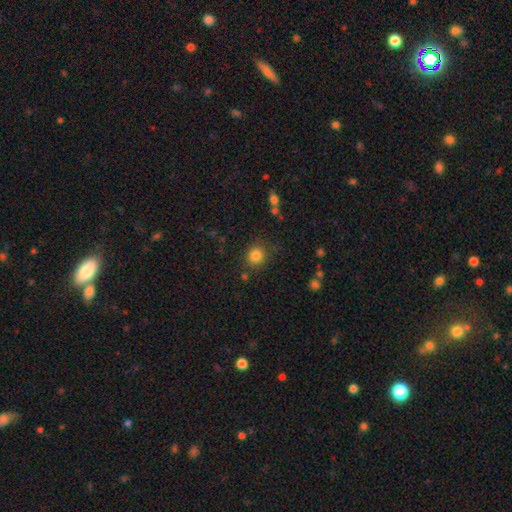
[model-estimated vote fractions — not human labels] This is clearly a smooth galaxy (83%). How rounded: clearly round (83%). Merging: clearly none (82%).